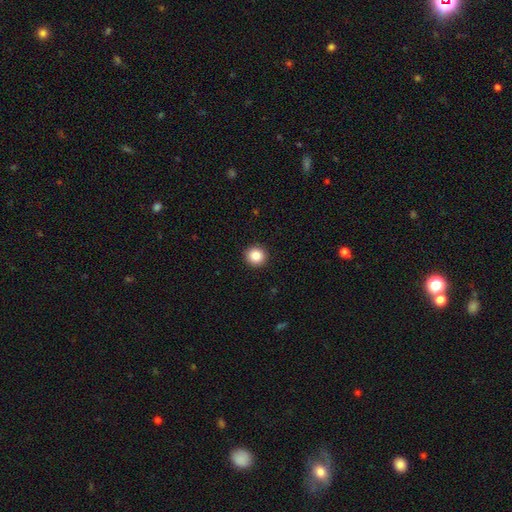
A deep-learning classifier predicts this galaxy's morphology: Smooth or featured: smooth — 87% (star or artifact — 9%)
How rounded: round — 93% (in between — 6%)
Merging: none — 93% (minor disturbance — 5%)